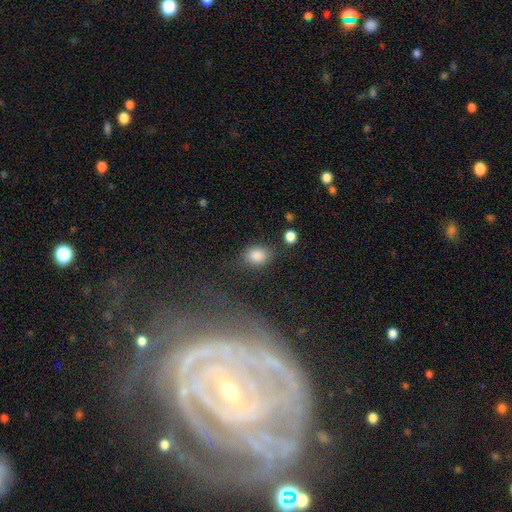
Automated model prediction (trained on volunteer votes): Smooth or featured?
  - smooth: 85% *
  - star or artifact: 9%
  - featured or disk: 6%
How rounded?
  - in between: 63% *
  - round: 35%
  - cigar-shaped: 2%
Merging?
  - none: 70% *
  - minor disturbance: 18%
  - major disturbance: 6%
  - merger: 6%